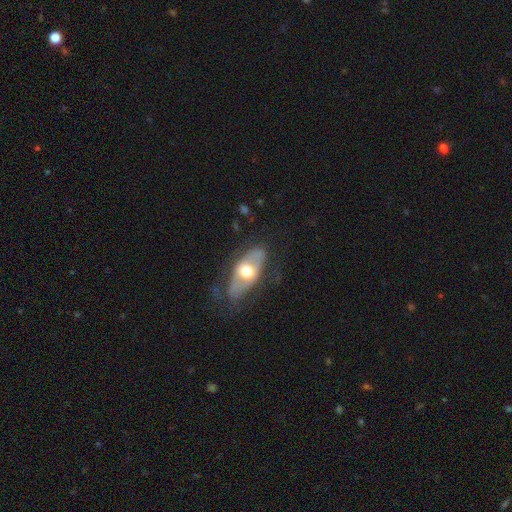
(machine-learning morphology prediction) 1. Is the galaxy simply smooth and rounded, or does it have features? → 59% featured or disk, 35% smooth, 6% star or artifact.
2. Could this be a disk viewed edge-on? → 78% no, 22% yes.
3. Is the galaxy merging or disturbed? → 66% none, 21% minor disturbance, 11% major disturbance, 2% merger.